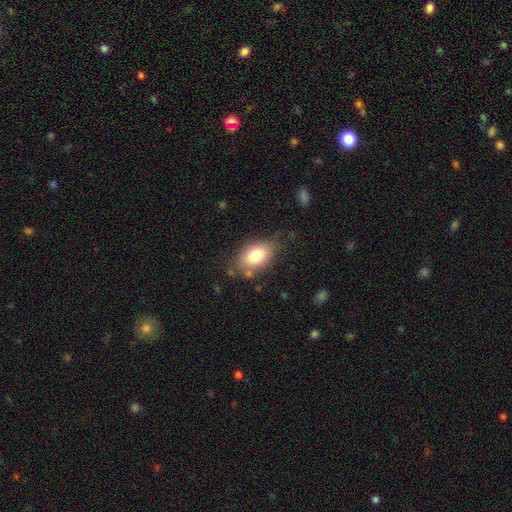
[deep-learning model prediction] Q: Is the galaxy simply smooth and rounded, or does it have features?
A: smooth — 79%.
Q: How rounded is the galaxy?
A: in between — 87%.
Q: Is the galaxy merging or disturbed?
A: none — 76%.